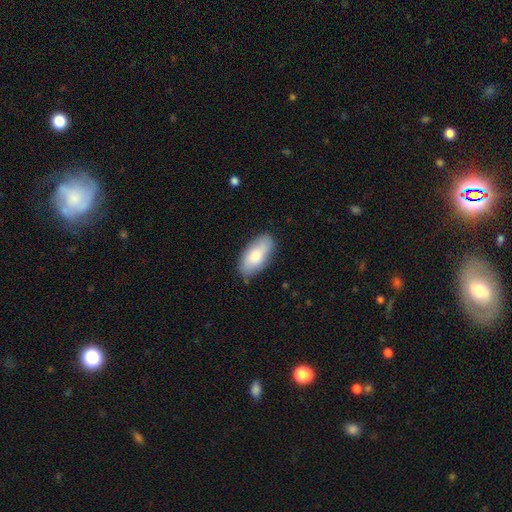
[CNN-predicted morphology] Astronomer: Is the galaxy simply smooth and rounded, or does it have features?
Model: smooth — 80%.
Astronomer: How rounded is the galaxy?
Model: in between — 91%.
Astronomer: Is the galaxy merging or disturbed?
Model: none — 81%.